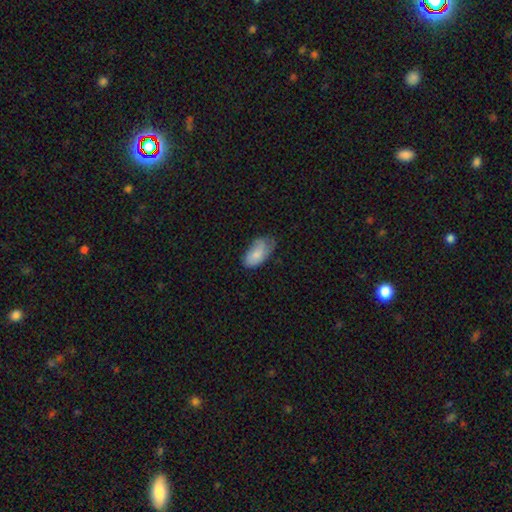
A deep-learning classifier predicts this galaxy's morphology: A smooth galaxy with no disk features (75%) that is in between round and cigar-shaped (94%). Merging: none (47%).